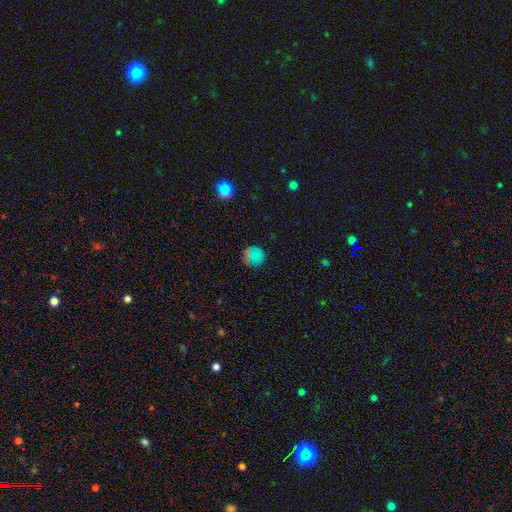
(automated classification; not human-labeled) Overall: smooth (68%). How rounded: round (92%). Merging: none (83%).